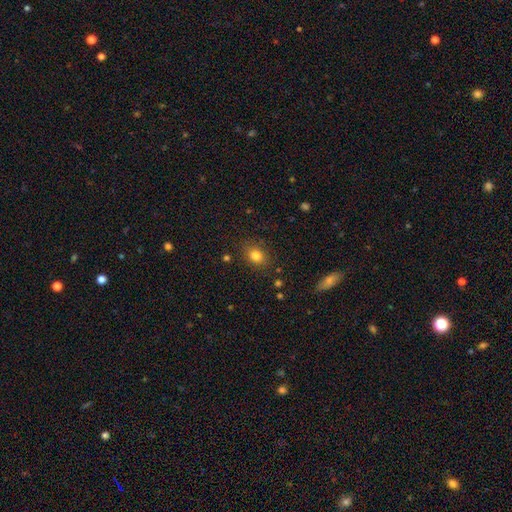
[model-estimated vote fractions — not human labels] The model was most divided on "how rounded": round: 56%, in between: 43%, cigar-shaped: 1%. More confident: merging — none (83%); smooth or featured — smooth (81%).